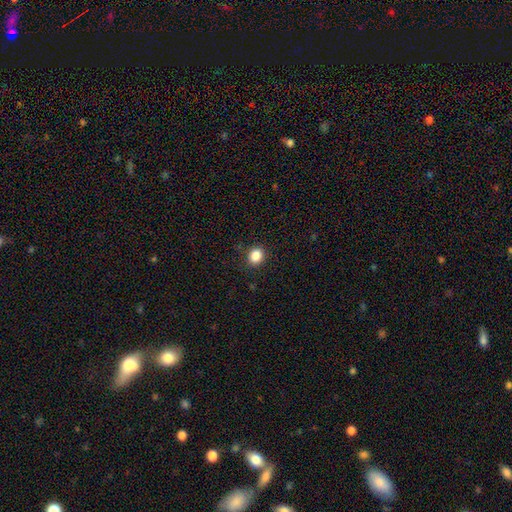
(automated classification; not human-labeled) This appears to be a smooth galaxy with no disk features (86%) that is round (63%). Merging: none (89%).